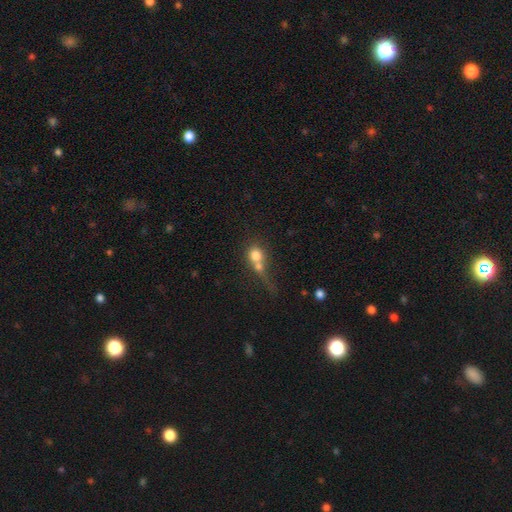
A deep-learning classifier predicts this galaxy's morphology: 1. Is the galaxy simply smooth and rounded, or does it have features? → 69% smooth, 19% featured or disk, 11% star or artifact.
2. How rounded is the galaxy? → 76% round, 21% in between, 3% cigar-shaped.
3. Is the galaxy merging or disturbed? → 59% merger, 25% none, 8% major disturbance, 8% minor disturbance.